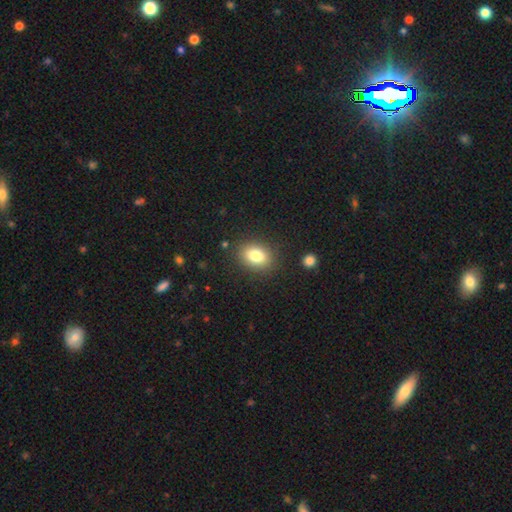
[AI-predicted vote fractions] Q: Smooth or featured?
A: smooth (81%); runner-up: star or artifact (10%)
Q: How rounded?
A: in between (65%); runner-up: round (34%)
Q: Merging?
A: none (86%); runner-up: minor disturbance (9%)